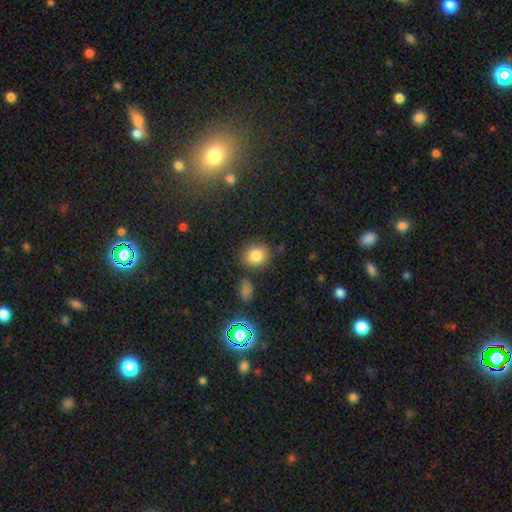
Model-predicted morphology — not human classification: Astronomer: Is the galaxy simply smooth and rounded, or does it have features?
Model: smooth — 80%.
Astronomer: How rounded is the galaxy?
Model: round — 64%.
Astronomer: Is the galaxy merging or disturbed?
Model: none — 78%.